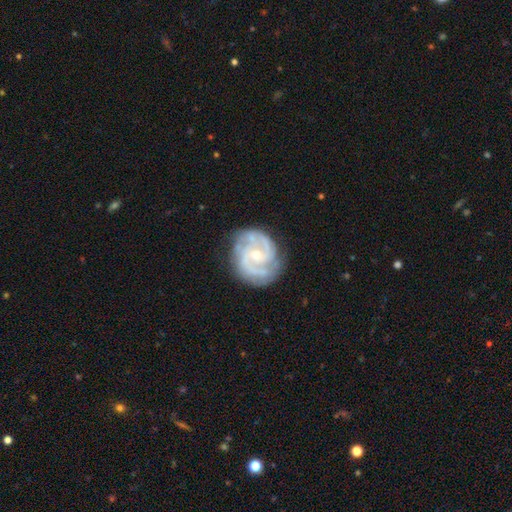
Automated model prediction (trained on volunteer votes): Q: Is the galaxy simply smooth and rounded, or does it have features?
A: featured or disk — 90%.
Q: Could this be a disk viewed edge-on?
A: no — 98%.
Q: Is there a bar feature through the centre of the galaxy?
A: no — 58%.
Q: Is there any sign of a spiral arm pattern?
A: yes — 98%.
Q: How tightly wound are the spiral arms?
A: tight — 49%.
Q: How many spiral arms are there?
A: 2 — 52%.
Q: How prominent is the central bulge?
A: small — 64%.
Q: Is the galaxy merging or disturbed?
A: none — 77%.